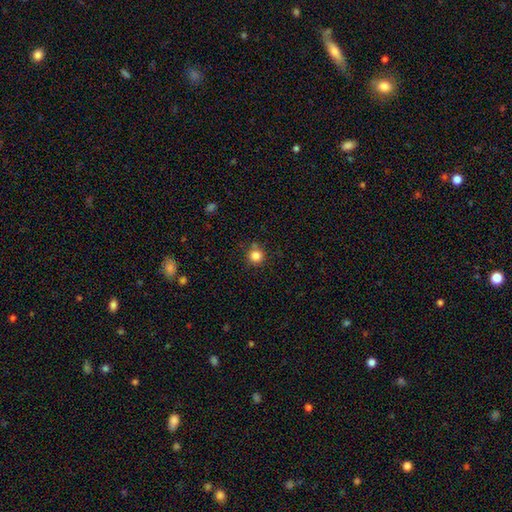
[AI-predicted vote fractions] A smooth galaxy with no disk features (83%) that is round (94%). Merging: none (82%).